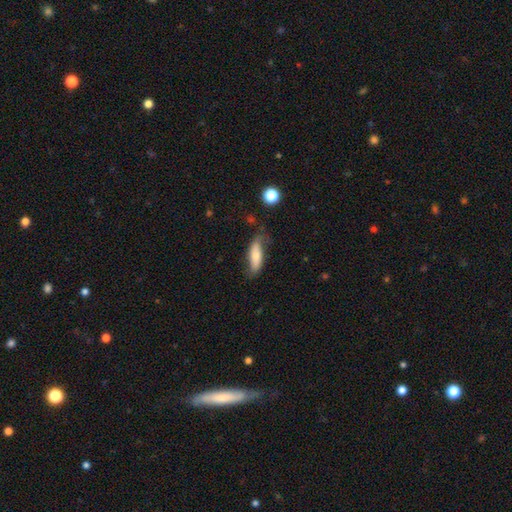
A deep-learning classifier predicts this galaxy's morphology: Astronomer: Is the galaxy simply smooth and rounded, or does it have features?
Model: smooth — 65%.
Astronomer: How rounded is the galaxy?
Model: in between — 59% (runner-up: cigar-shaped, 39%).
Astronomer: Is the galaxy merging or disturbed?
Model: none — 60%.